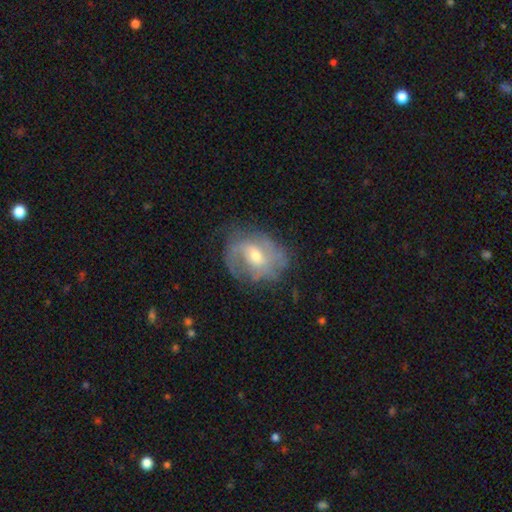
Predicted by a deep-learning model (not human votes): A featured or disk galaxy (72%) with no bar (45%), 2 (46%) medium (42%) spiral arms (84%) and a moderate central bulge (53%). Merging: none (60%).